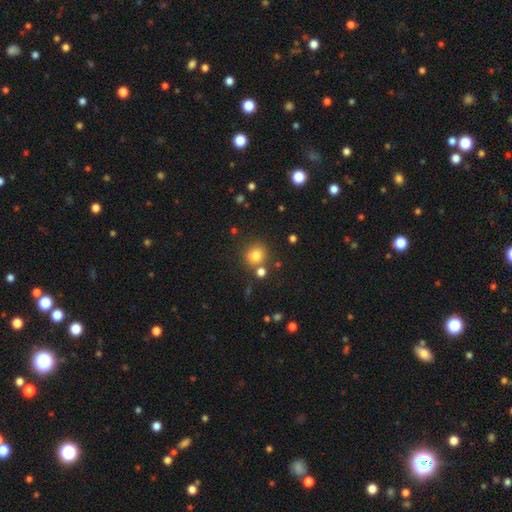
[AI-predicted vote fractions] Smooth or featured?
  - smooth: 79% *
  - star or artifact: 14%
  - featured or disk: 8%
How rounded?
  - round: 83% *
  - in between: 16%
  - cigar-shaped: 1%
Merging?
  - none: 70% *
  - merger: 15%
  - minor disturbance: 11%
  - major disturbance: 4%